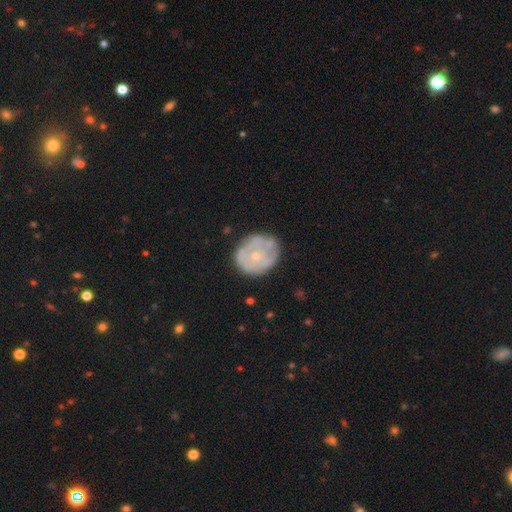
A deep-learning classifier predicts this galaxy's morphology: A featured or disk galaxy (52%) with no bar (88%), no spiral arms (67%) and a small central bulge (64%).

Vote fractions:
- Smooth or featured? featured or disk: 52% / smooth: 41% / star or artifact: 7%
- Edge-on disk? no: 97% / yes: 3%
- Bar? no: 88% / weak: 10% / strong: 2%
- Spiral arms? no: 67% / yes: 33%
- Bulge size? small: 64% / moderate: 32% / none: 2% / large: 1% / dominant: 1%
- Merging? none: 66% / minor disturbance: 23% / major disturbance: 8% / merger: 2%